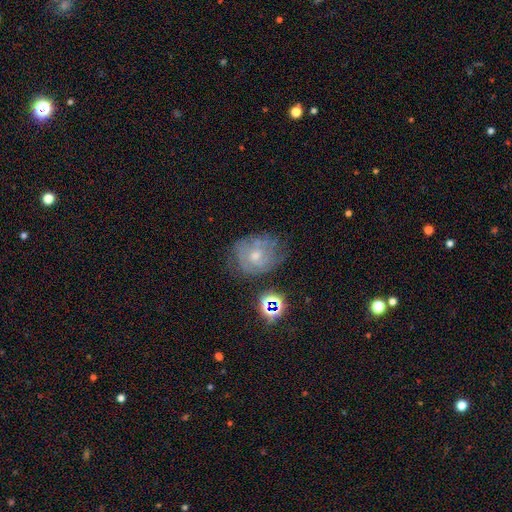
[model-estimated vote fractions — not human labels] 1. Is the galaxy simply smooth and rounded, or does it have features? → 53% featured or disk, 32% smooth, 15% star or artifact.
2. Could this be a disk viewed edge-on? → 97% no, 3% yes.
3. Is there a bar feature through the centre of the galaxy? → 75% no, 22% weak, 4% strong.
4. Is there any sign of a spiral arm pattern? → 60% yes, 40% no.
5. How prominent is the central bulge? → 51% moderate, 41% small, 4% none, 3% large, 1% dominant.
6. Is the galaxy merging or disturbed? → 52% none, 28% minor disturbance, 15% major disturbance, 5% merger.